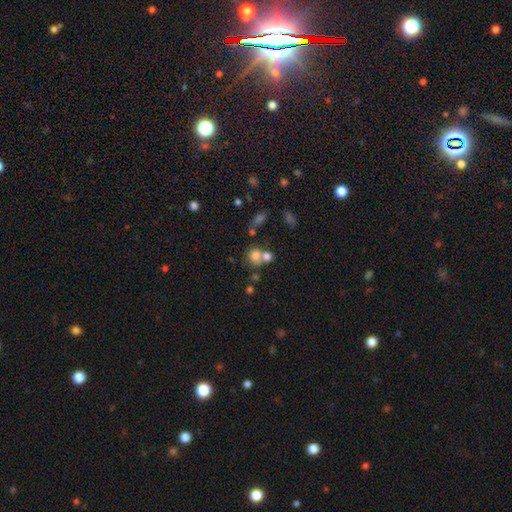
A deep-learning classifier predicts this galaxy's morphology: A smooth galaxy with no disk features (72%) that is round (73%). Merging: merger (49%).